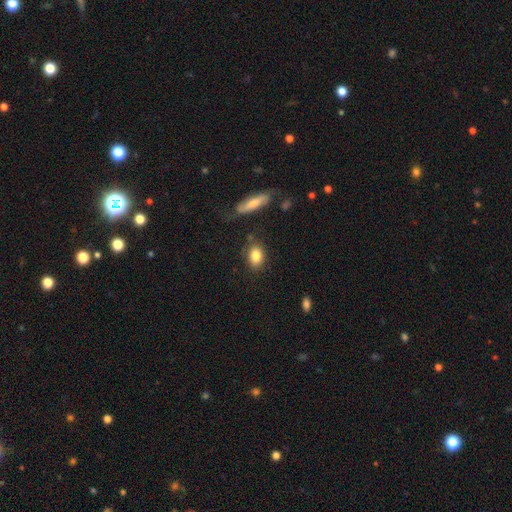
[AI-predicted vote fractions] Smooth or featured? smooth (83%)
How rounded? in between (75%)
Merging? none (79%)